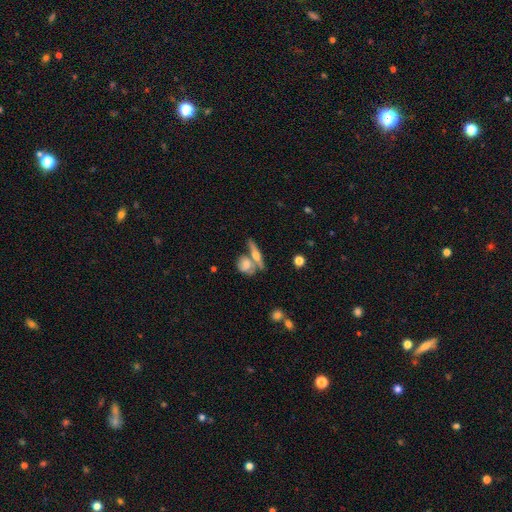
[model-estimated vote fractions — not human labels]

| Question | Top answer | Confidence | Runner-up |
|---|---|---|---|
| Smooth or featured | featured or disk | 57% | smooth (35%) |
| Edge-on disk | yes | 89% | no (11%) |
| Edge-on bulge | rounded | 89% | none (6%) |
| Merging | none | 56% | merger (30%) |